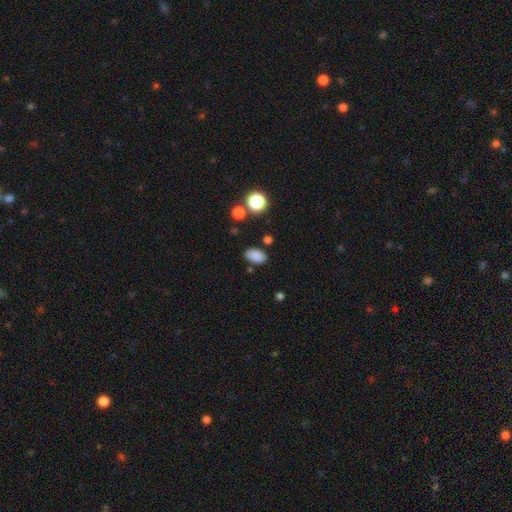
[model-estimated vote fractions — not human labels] This appears to be a smooth galaxy with no disk features (85%) that is in between round and cigar-shaped (90%). Merging: none (83%).